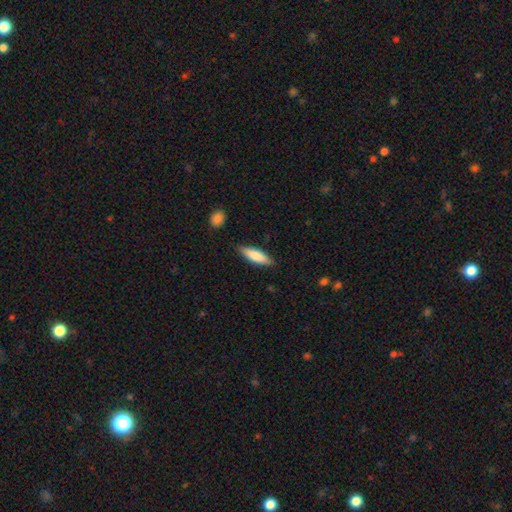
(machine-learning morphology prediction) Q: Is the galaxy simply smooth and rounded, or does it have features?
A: smooth — 79%.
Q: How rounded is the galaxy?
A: cigar-shaped — 52%.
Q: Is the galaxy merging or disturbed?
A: none — 85%.